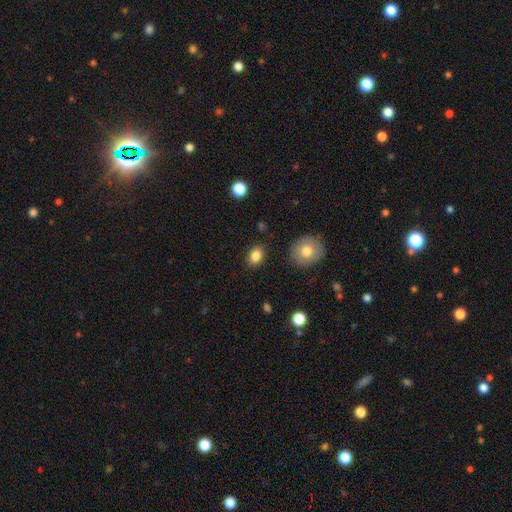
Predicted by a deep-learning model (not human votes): This is clearly a smooth galaxy (85%). How rounded: likely in between (70%). Merging: clearly none (87%).